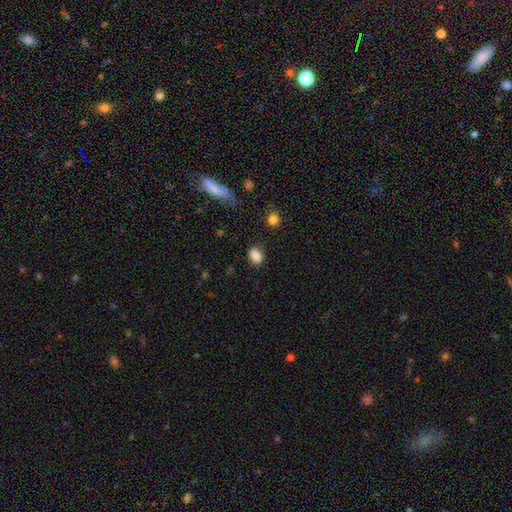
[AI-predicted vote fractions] Q: Smooth or featured?
A: smooth (87%); runner-up: star or artifact (9%)
Q: How rounded?
A: in between (74%); runner-up: round (24%)
Q: Merging?
A: none (80%); runner-up: minor disturbance (14%)